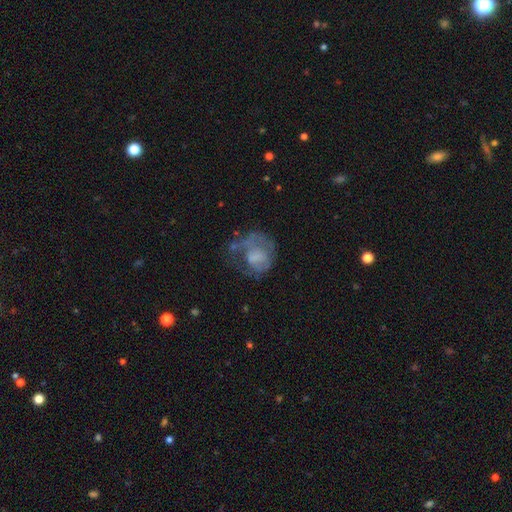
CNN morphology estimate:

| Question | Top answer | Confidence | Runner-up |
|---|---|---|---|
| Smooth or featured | featured or disk | 48% | smooth (41%) |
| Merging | major disturbance | 38% | none (35%) |